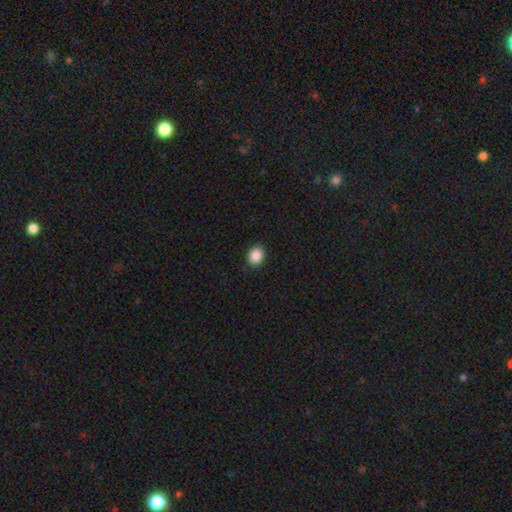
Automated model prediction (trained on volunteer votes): A smooth galaxy with no disk features (88%) that is round (56%).

Vote fractions:
- Smooth or featured? smooth: 88% / star or artifact: 9% / featured or disk: 3%
- How rounded? round: 56% / in between: 43% / cigar-shaped: 1%
- Merging? none: 90% / minor disturbance: 8% / major disturbance: 2% / merger: 1%